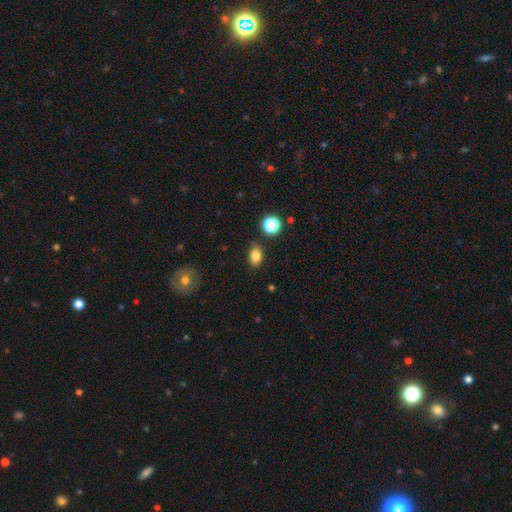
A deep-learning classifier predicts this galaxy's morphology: Q: Smooth or featured?
A: smooth (83%); runner-up: star or artifact (11%)
Q: How rounded?
A: in between (81%); runner-up: round (17%)
Q: Merging?
A: none (85%); runner-up: minor disturbance (10%)